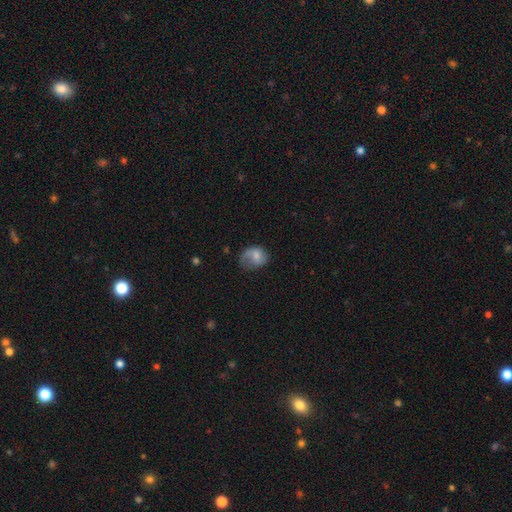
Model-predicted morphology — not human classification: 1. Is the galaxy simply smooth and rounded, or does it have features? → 62% smooth, 29% featured or disk, 8% star or artifact.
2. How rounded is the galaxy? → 52% in between, 47% round, 1% cigar-shaped.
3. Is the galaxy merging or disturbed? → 38% none, 31% minor disturbance, 29% major disturbance, 2% merger.